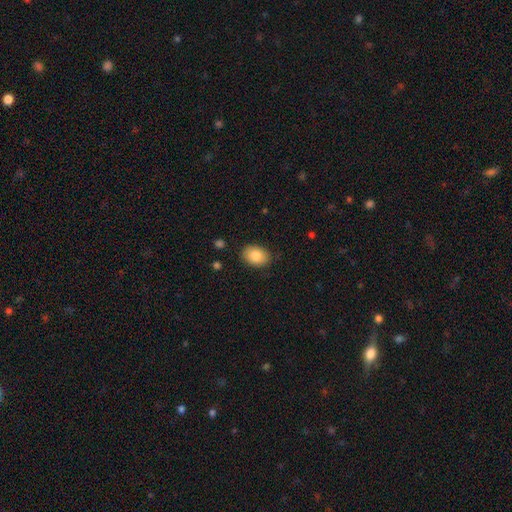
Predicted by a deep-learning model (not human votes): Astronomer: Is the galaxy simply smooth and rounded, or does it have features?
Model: smooth — 85%.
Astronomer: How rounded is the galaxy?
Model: in between — 77%.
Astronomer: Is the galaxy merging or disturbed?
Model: none — 87%.